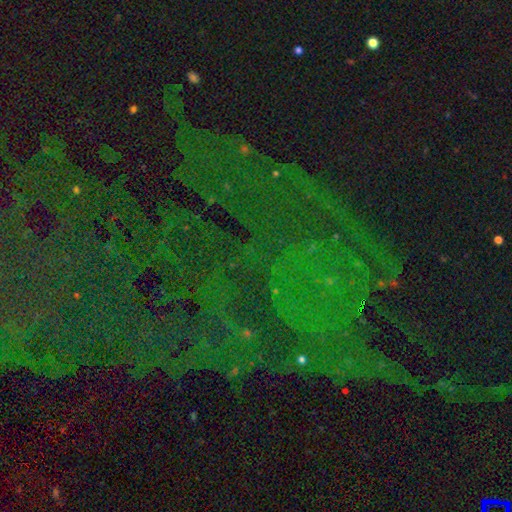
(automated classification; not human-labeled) smooth-or-featured: star or artifact: 80% | smooth: 10% | featured or disk: 10%